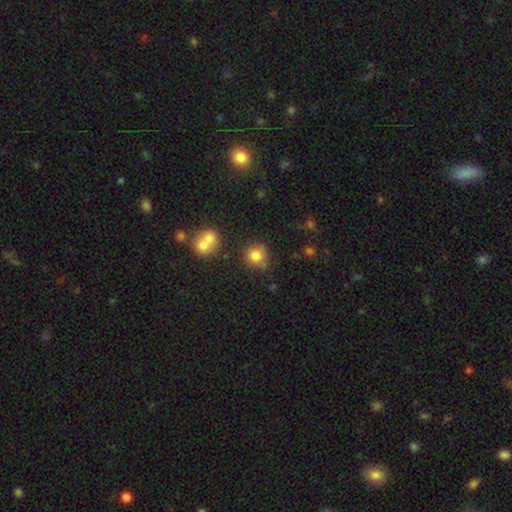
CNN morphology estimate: Q: Smooth or featured?
A: smooth (82%); runner-up: star or artifact (11%)
Q: How rounded?
A: round (88%); runner-up: in between (11%)
Q: Merging?
A: none (73%); runner-up: minor disturbance (14%)